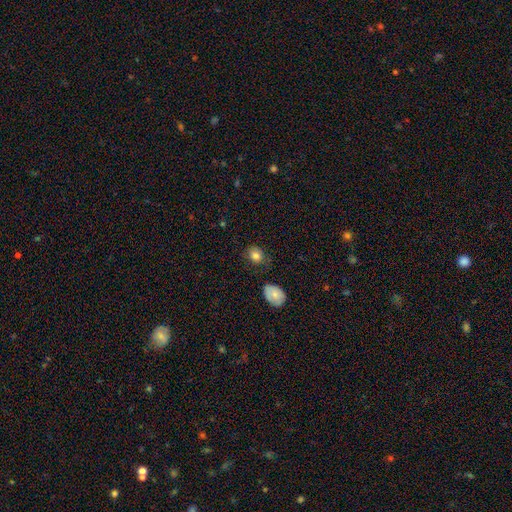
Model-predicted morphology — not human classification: This appears to be a smooth galaxy with no disk features (82%) that is round (57%). Merging: none (73%).